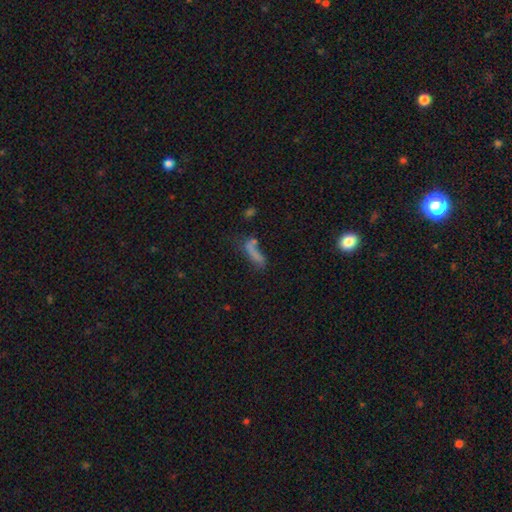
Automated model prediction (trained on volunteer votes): smooth 62%, featured or disk 21%, star or artifact 17%. Down the decision tree: how rounded — cigar-shaped (55%); merging — none (37%).